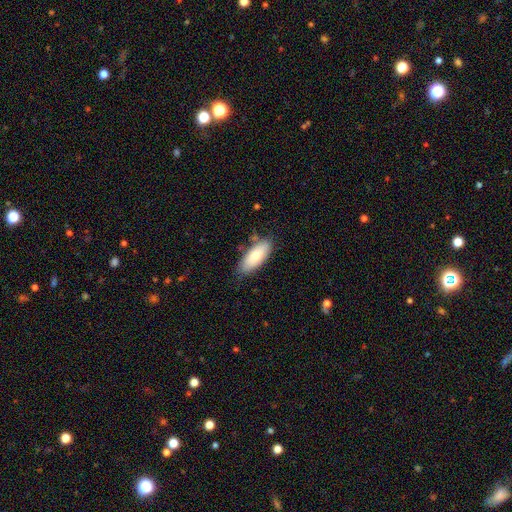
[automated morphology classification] smooth-or-featured: smooth: 77% | featured or disk: 17% | star or artifact: 6%
  how-rounded: in between: 81% | cigar-shaped: 17% | round: 2%
  merging: none: 79% | minor disturbance: 16% | merger: 3% | major disturbance: 3%